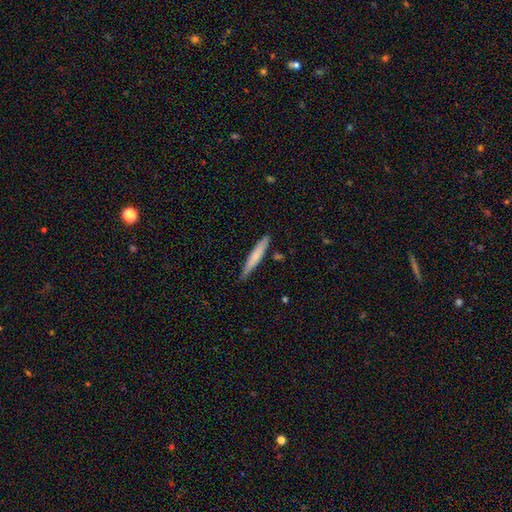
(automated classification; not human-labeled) smooth 67%, featured or disk 28%, star or artifact 6%. Down the decision tree: how rounded — cigar-shaped (94%); merging — none (85%).